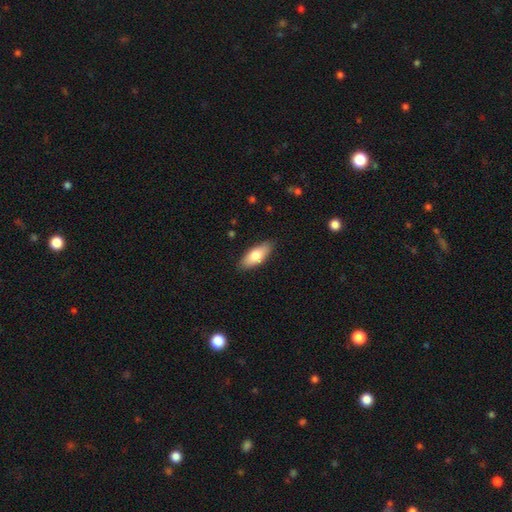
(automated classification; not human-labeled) smooth 75%, featured or disk 19%, star or artifact 6%. Down the decision tree: how rounded — in between (80%); merging — none (86%).